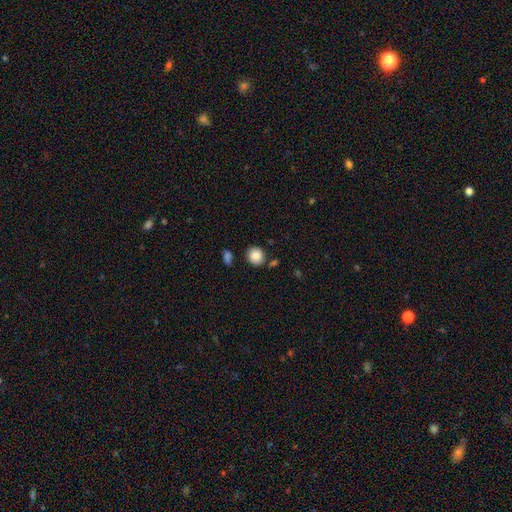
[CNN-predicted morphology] A smooth galaxy with no disk features (85%) that is round (86%).

Vote fractions:
- Smooth or featured? smooth: 85% / star or artifact: 9% / featured or disk: 6%
- How rounded? round: 86% / in between: 13% / cigar-shaped: 1%
- Merging? none: 82% / minor disturbance: 9% / merger: 6% / major disturbance: 3%